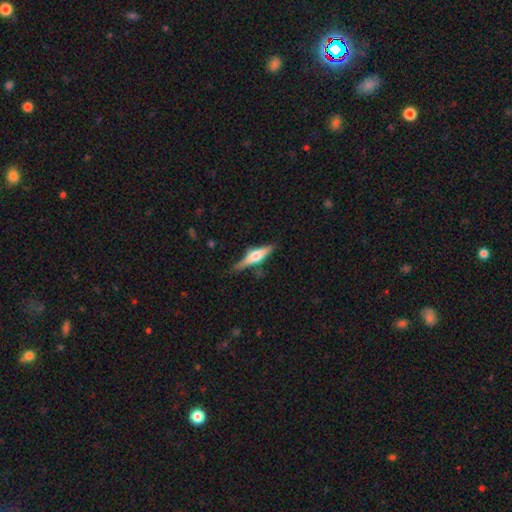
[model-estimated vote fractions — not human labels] Smooth or featured: featured or disk — 63% (smooth — 31%)
Edge-on disk: yes — 96% (no — 4%)
Edge-on bulge: rounded — 89% (boxy — 8%)
Merging: none — 75% (minor disturbance — 18%)